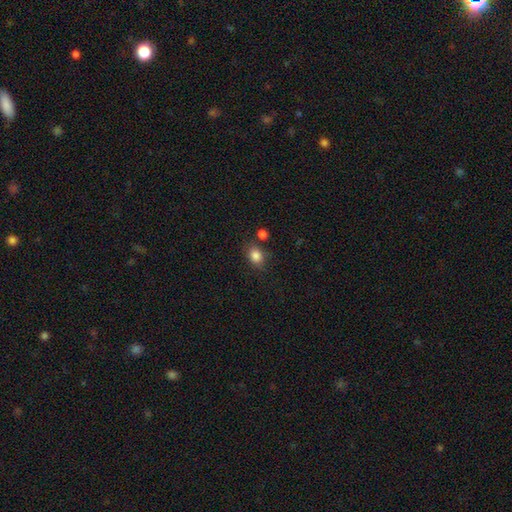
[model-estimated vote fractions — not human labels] Smooth or featured?
  - smooth: 84% *
  - star or artifact: 10%
  - featured or disk: 6%
How rounded?
  - in between: 56% *
  - round: 43%
  - cigar-shaped: 1%
Merging?
  - none: 73% *
  - minor disturbance: 14%
  - merger: 8%
  - major disturbance: 4%